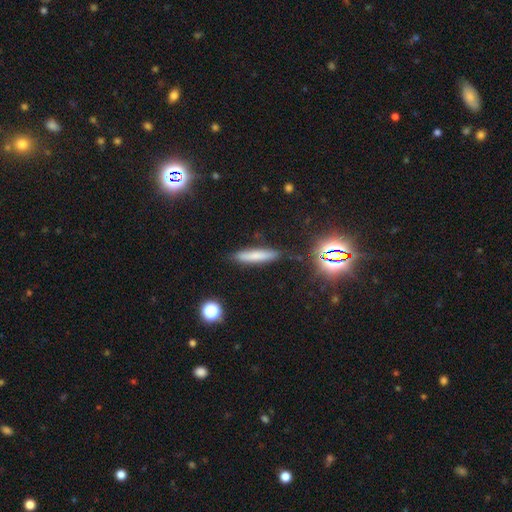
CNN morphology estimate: smooth_or_featured: smooth (p=0.70) [alt: featured or disk p=0.18]
how_rounded: cigar-shaped (p=0.86) [alt: in between p=0.12]
merging: none (p=0.87) [alt: minor disturbance p=0.09]